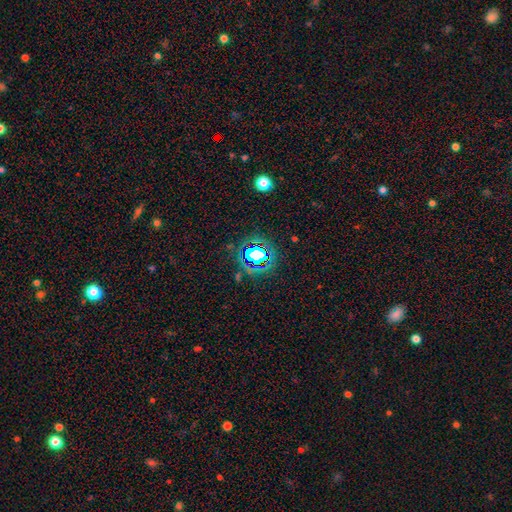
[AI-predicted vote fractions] This appears to be a star or artifact, not a galaxy (63%).